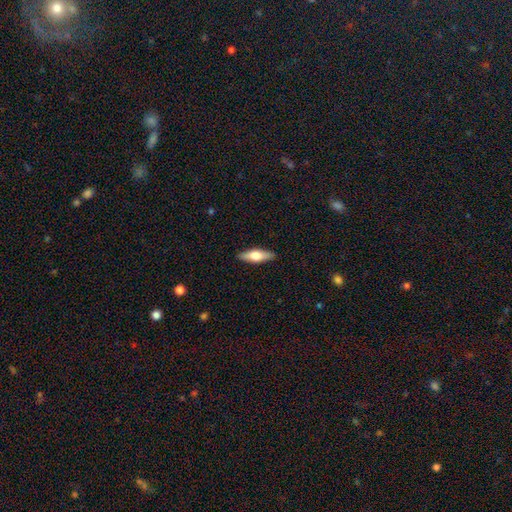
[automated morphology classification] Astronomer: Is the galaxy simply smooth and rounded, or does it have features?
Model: smooth — 57% (runner-up: featured or disk, 38%).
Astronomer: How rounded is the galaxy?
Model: cigar-shaped — 52% (runner-up: in between, 46%).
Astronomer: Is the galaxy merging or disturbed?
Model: none — 89%.